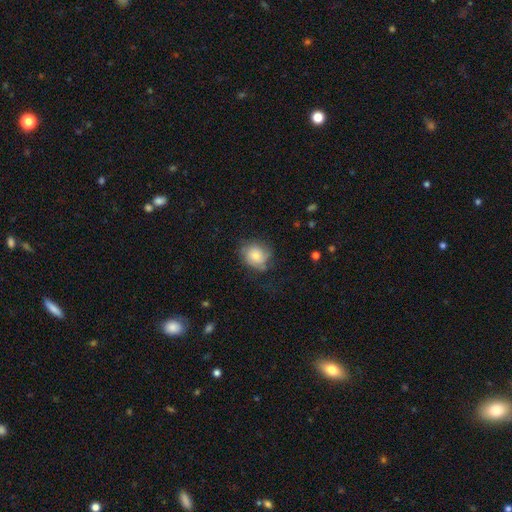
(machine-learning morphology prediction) Smooth or featured? smooth (62%)
How rounded? round (68%)
Merging? none (58%)